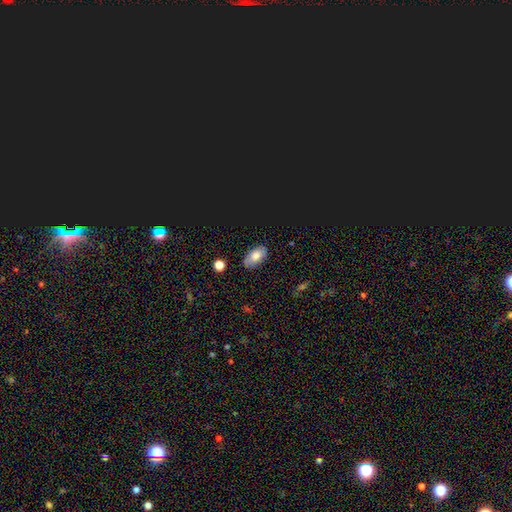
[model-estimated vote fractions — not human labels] A smooth galaxy with no disk features (74%) that is in between round and cigar-shaped (92%).

Vote fractions:
- Smooth or featured? smooth: 74% / featured or disk: 14% / star or artifact: 12%
- How rounded? in between: 92% / round: 5% / cigar-shaped: 3%
- Merging? none: 80% / minor disturbance: 15% / major disturbance: 3% / merger: 2%